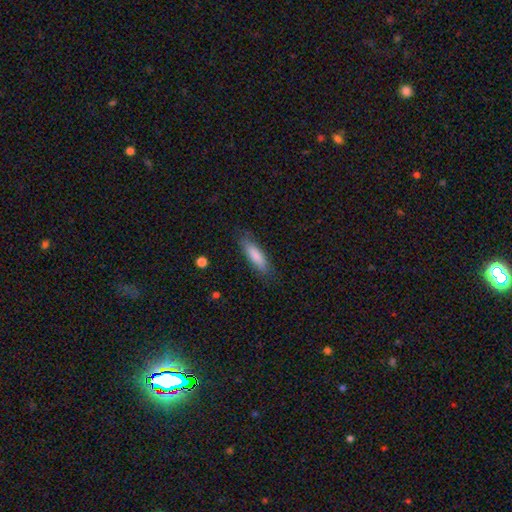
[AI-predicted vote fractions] smooth 83%, featured or disk 12%, star or artifact 6%. Down the decision tree: how rounded — cigar-shaped (63%); merging — none (82%).